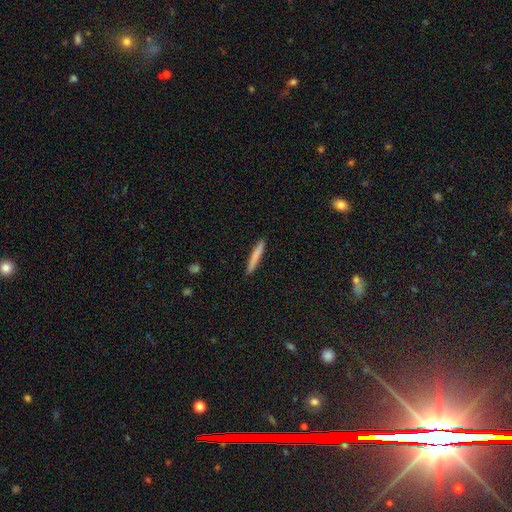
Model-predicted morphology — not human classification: smooth 79%, featured or disk 15%, star or artifact 6%. Down the decision tree: how rounded — cigar-shaped (95%); merging — none (90%).